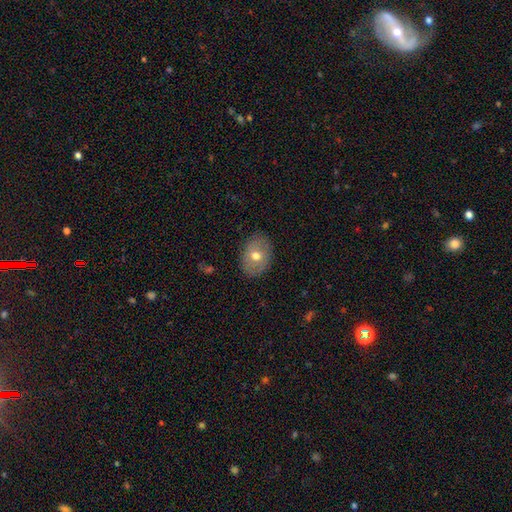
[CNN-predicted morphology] Smooth or featured: smooth — 64% (featured or disk — 28%)
How rounded: in between — 72% (round — 27%)
Merging: none — 86% (minor disturbance — 10%)